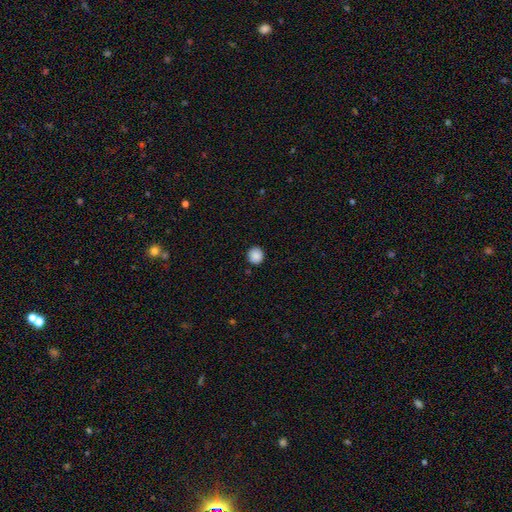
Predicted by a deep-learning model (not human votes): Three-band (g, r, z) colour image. It shows a smooth galaxy with no disk features (88%) that is round (89%). Merging: none (89%).